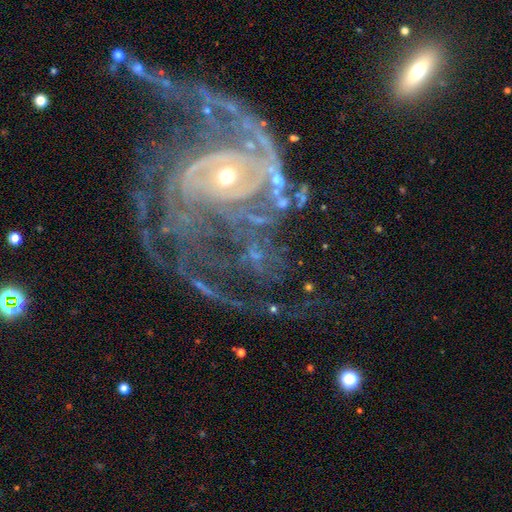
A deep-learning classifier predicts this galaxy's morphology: type=featured or disk (63%); edge-on=no (93%); bar=no (48%); spiral arms=yes (86%); winding=tight (51%); arm count=can't tell (30%); bulge=small (51%); merging=none (57%).